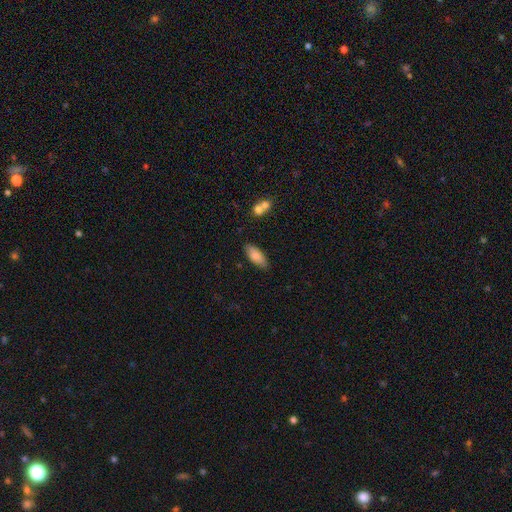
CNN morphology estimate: smooth 84%, featured or disk 9%, star or artifact 7%. Down the decision tree: how rounded — in between (78%); merging — none (82%).